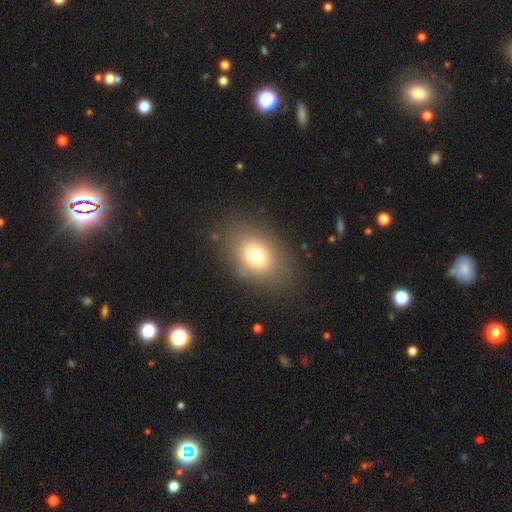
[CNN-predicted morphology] Smooth or featured: smooth — 73% (featured or disk — 14%)
How rounded: in between — 71% (round — 27%)
Merging: none — 80% (minor disturbance — 12%)